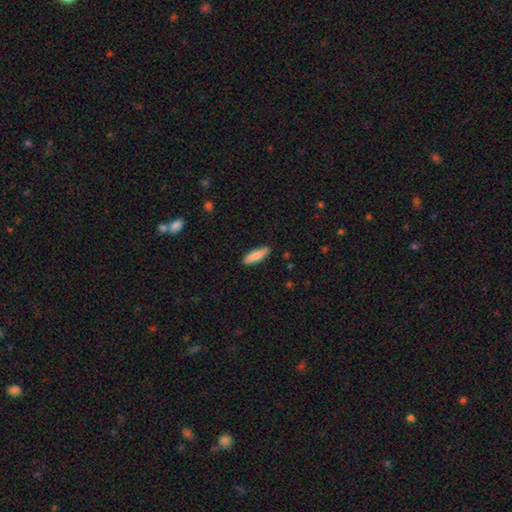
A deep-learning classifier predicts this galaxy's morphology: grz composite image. It shows a smooth galaxy with no disk features (85%) that is cigar-shaped (65%). Merging: none (89%).